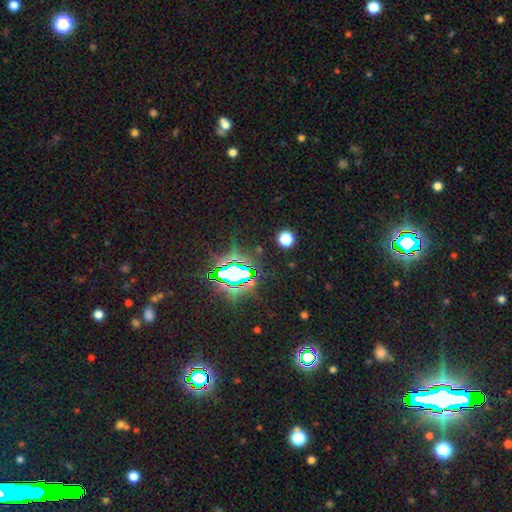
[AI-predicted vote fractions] This appears to be a star or artifact, not a galaxy (81%).